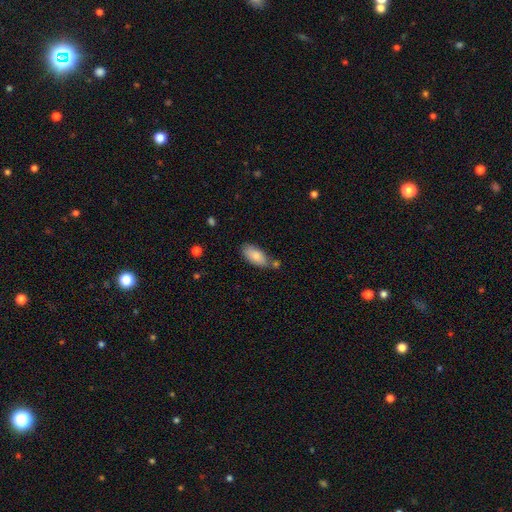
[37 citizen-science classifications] Smooth or featured: smooth — 97% (featured or disk — 3%)
How rounded: in between — 97% (round — 3%)
Merging: none — 68% (merger — 16%)